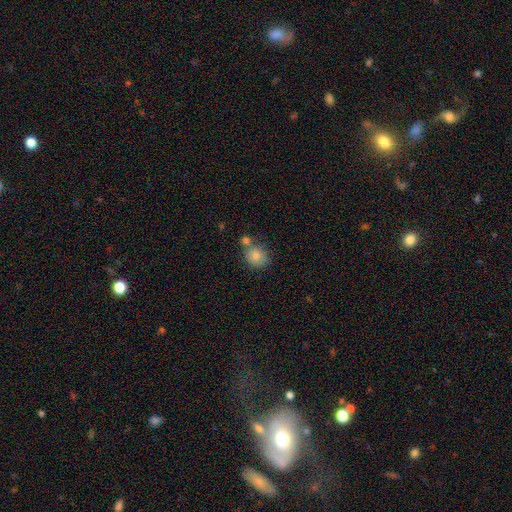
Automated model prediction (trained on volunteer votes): Smooth or featured: smooth — 81% (star or artifact — 10%)
How rounded: round — 79% (in between — 20%)
Merging: none — 57% (merger — 27%)